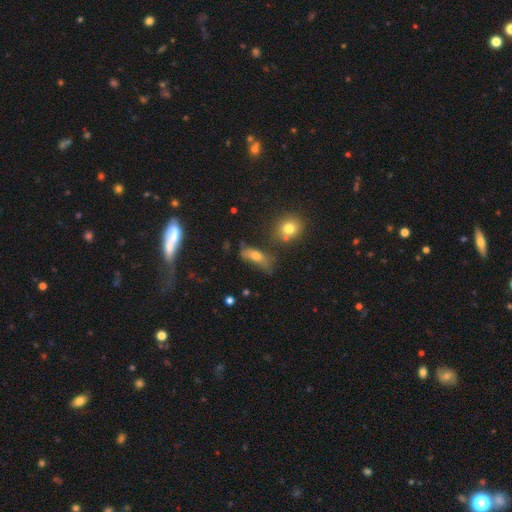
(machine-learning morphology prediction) smooth 52%, featured or disk 33%, star or artifact 15%. Down the decision tree: how rounded — in between (58%); merging — none (44%).